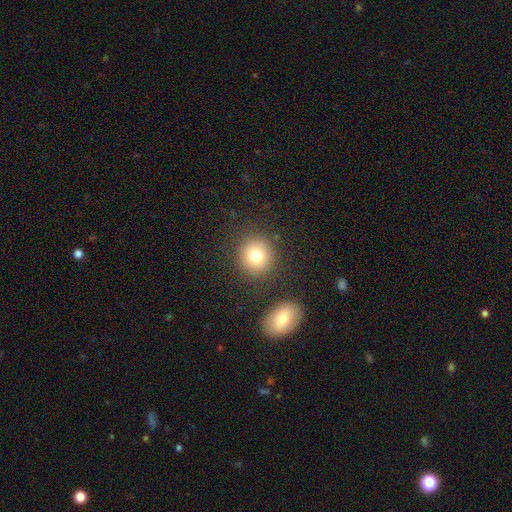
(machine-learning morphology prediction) The model was most divided on "smooth or featured": smooth: 78%, star or artifact: 11%, featured or disk: 10%. More confident: how rounded — round (88%); merging — none (82%).